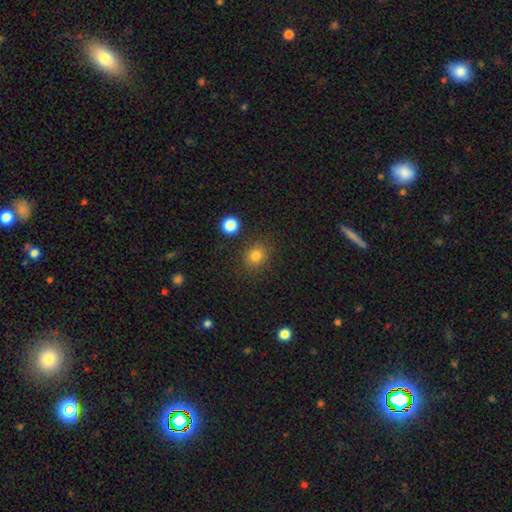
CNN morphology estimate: smooth 81%, star or artifact 13%, featured or disk 6%. Down the decision tree: how rounded — round (76%); merging — none (84%).